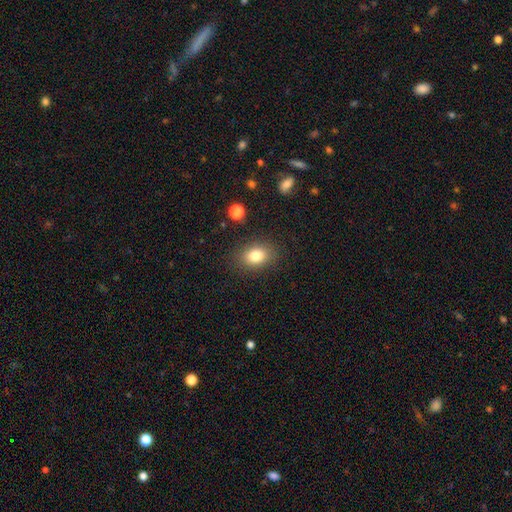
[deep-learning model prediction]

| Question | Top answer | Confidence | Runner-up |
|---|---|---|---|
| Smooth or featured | smooth | 82% | star or artifact (10%) |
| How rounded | in between | 75% | round (24%) |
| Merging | none | 85% | minor disturbance (10%) |